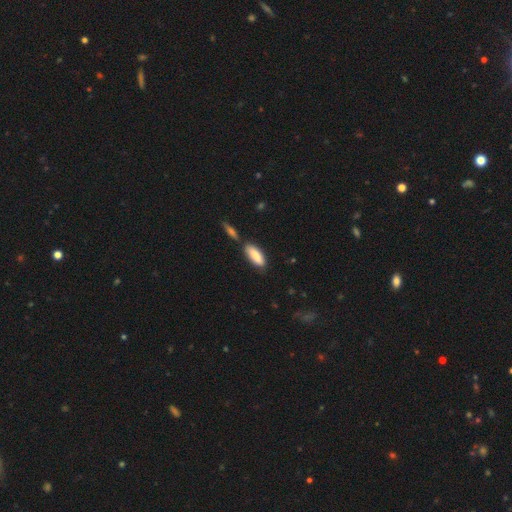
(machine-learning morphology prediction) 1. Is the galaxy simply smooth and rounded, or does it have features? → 85% smooth, 9% featured or disk, 6% star or artifact.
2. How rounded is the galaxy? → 70% in between, 29% cigar-shaped, 2% round.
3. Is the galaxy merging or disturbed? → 68% none, 15% merger, 14% minor disturbance, 3% major disturbance.